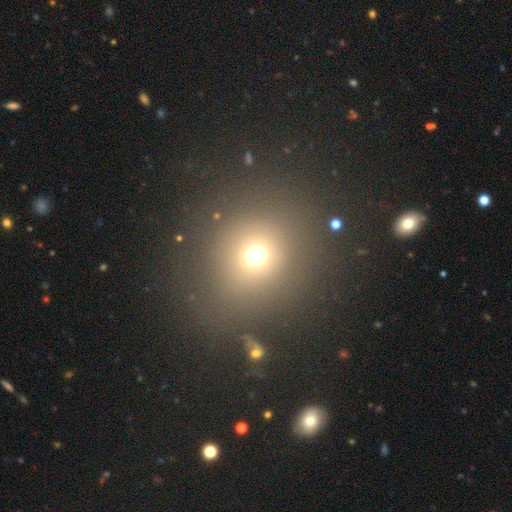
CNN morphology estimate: Smooth or featured: smooth — 68% (star or artifact — 22%)
How rounded: round — 85% (in between — 14%)
Merging: none — 79% (minor disturbance — 9%)